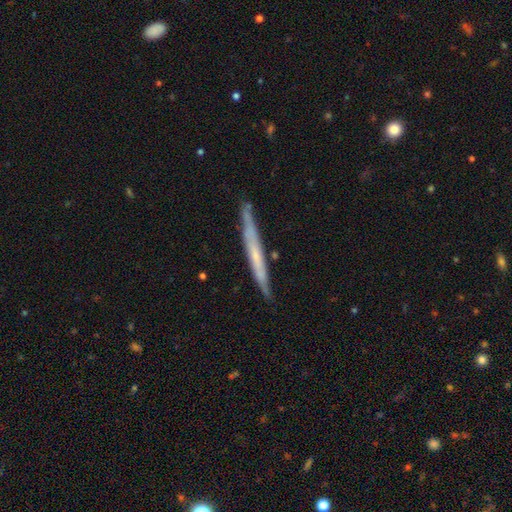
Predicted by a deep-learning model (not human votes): smooth_or_featured: featured or disk (p=0.56) [alt: smooth p=0.38]
disk_edge_on: yes (p=0.93) [alt: no p=0.07]
edge_on_bulge: none (p=0.79) [alt: rounded p=0.16]
merging: none (p=0.84) [alt: minor disturbance p=0.13]